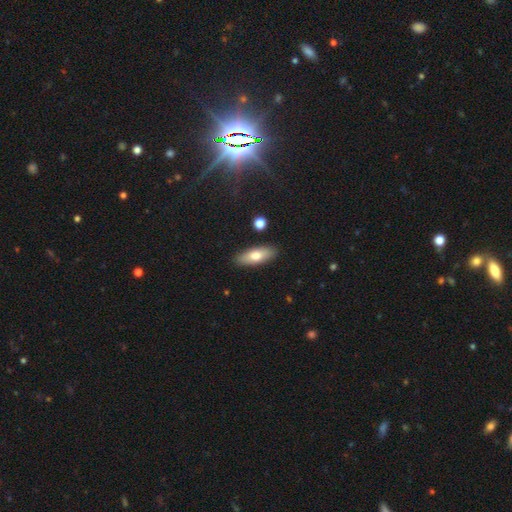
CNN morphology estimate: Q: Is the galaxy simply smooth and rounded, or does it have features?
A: smooth — 70%.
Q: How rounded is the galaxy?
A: in between — 67%.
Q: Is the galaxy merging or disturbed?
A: none — 88%.